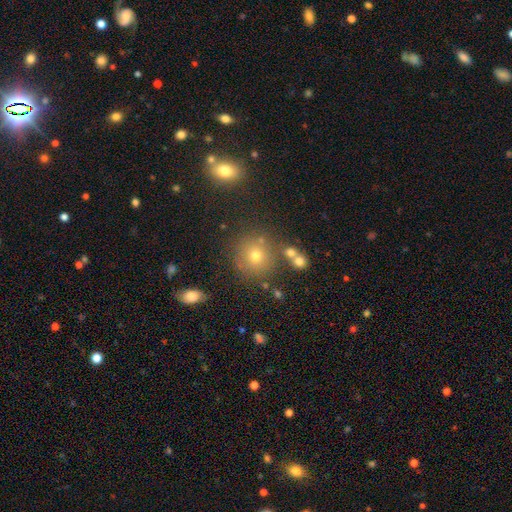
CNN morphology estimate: Smooth or featured? Predicted: smooth (p=0.69). How rounded? Predicted: round (p=0.90). Merging? Predicted: none (p=0.77).